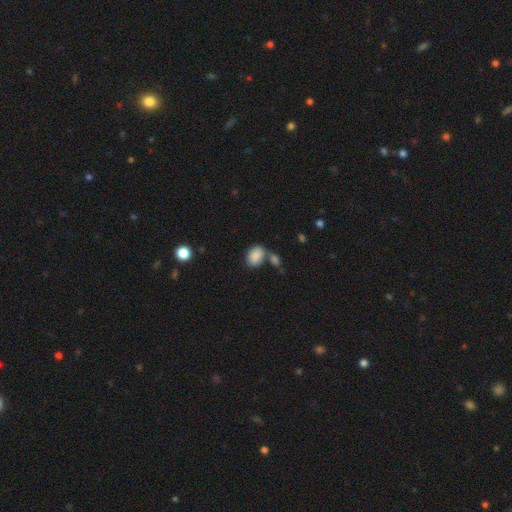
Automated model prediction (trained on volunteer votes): The model was most divided on "merging": none: 57%, merger: 25%, minor disturbance: 14%, major disturbance: 5%. More confident: smooth or featured — smooth (87%); how rounded — in between (77%).